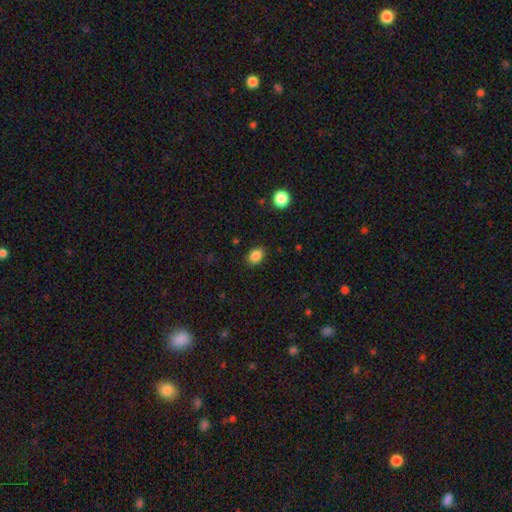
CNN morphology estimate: type=smooth (86%); roundness=in between (63%); merging=none (85%).